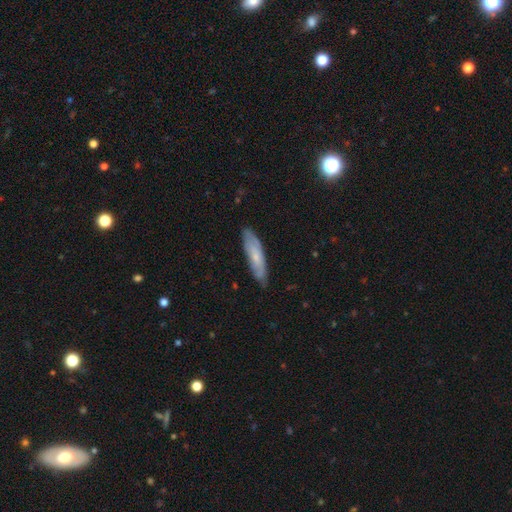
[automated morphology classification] Smooth or featured: smooth — 54% (featured or disk — 39%)
How rounded: cigar-shaped — 70% (in between — 29%)
Merging: none — 80% (minor disturbance — 16%)